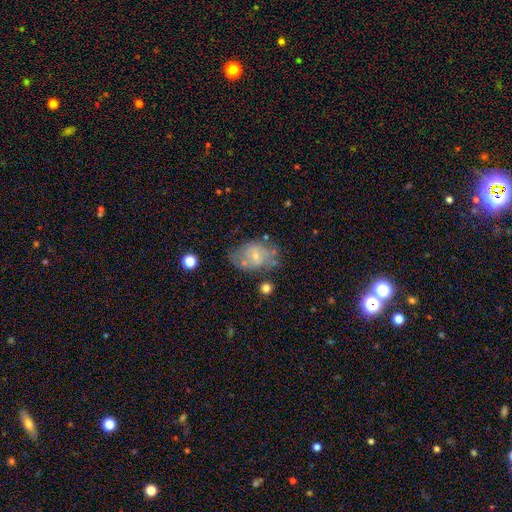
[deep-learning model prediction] Morphology: type=featured or disk (46%); merging=none (50%).